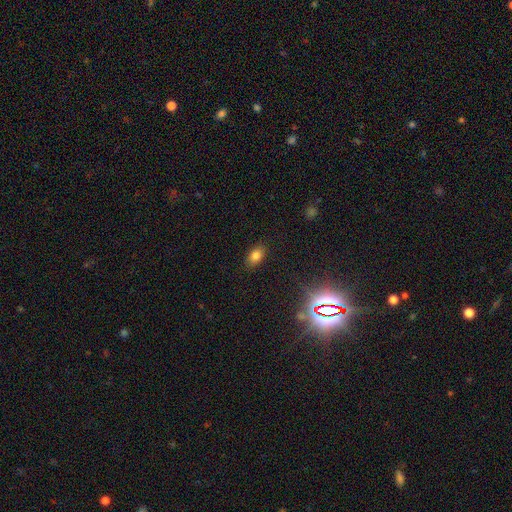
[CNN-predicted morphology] The model was most divided on "smooth or featured": smooth: 79%, star or artifact: 13%, featured or disk: 8%. More confident: merging — none (86%); how rounded — in between (86%).